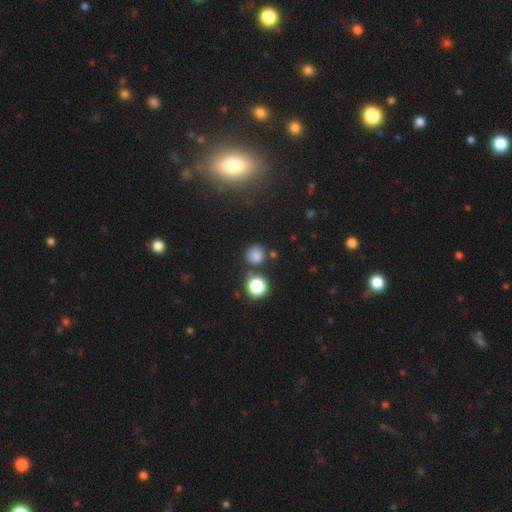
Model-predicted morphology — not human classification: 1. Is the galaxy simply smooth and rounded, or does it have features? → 77% smooth, 18% star or artifact, 5% featured or disk.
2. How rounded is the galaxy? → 91% round, 8% in between, 1% cigar-shaped.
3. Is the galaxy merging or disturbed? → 79% none, 9% minor disturbance, 9% merger, 3% major disturbance.